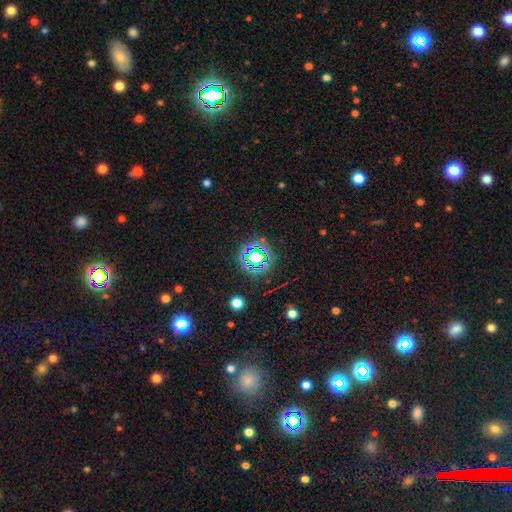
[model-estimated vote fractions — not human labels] Smooth or featured? Predicted: star or artifact (p=0.67).